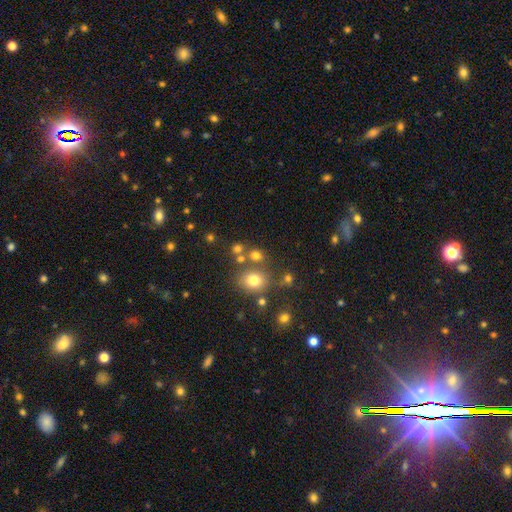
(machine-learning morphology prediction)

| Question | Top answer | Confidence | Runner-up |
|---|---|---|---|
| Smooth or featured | smooth | 71% | star or artifact (19%) |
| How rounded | round | 73% | in between (26%) |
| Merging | none | 67% | merger (18%) |